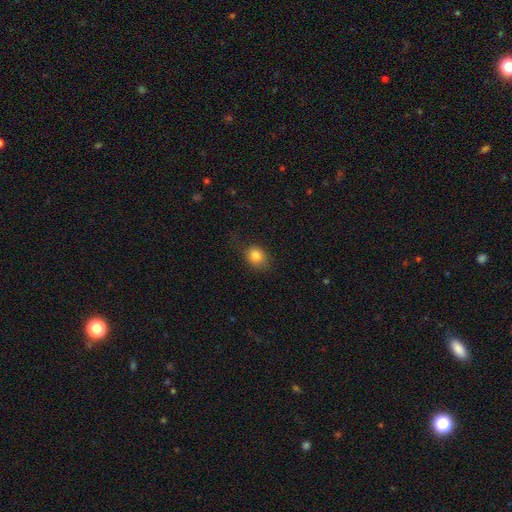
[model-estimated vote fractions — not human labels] A smooth galaxy with no disk features (82%) that is round (61%). Merging: none (72%).